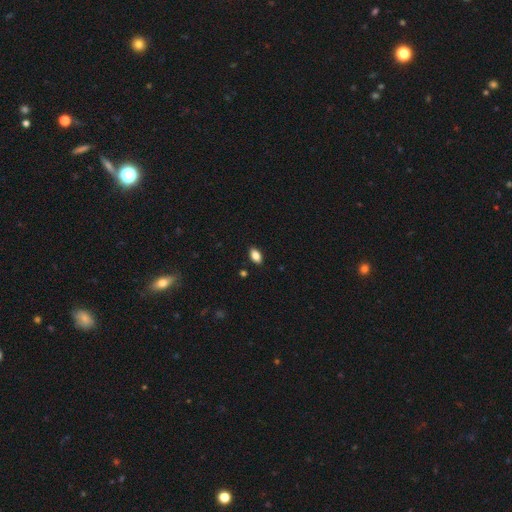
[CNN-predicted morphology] Smooth or featured? Predicted: smooth (p=0.85). How rounded? Predicted: in between (p=0.91). Merging? Predicted: none (p=0.89).